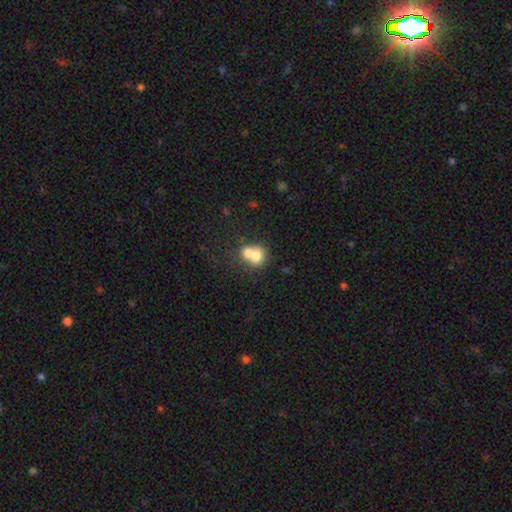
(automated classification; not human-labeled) The model was most divided on "merging": merger: 65%, none: 26%, minor disturbance: 6%, major disturbance: 3%. More confident: how rounded — round (75%); smooth or featured — smooth (71%).